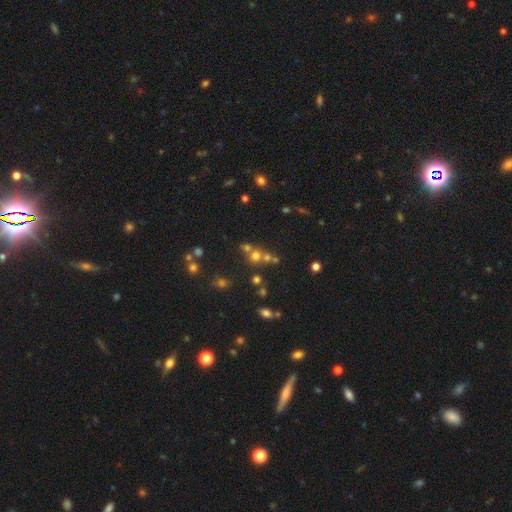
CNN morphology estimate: Smooth or featured?
  - smooth: 55% *
  - star or artifact: 29%
  - featured or disk: 16%
How rounded?
  - round: 86% *
  - in between: 13%
  - cigar-shaped: 1%
Merging?
  - none: 52% *
  - merger: 36%
  - minor disturbance: 8%
  - major disturbance: 4%